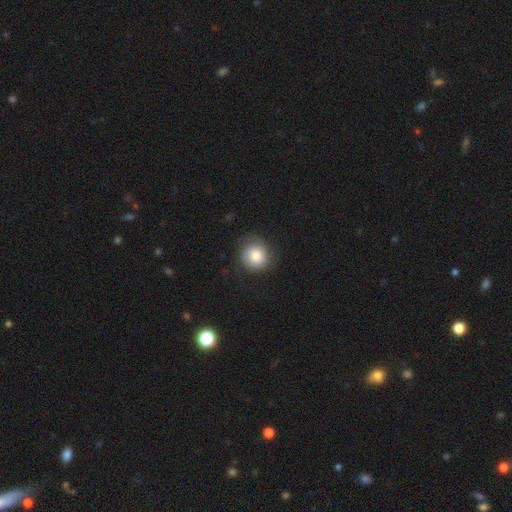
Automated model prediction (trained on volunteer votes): The model was most divided on "merging": none: 75%, minor disturbance: 18%, major disturbance: 6%, merger: 1%. More confident: how rounded — round (87%); smooth or featured — smooth (83%).